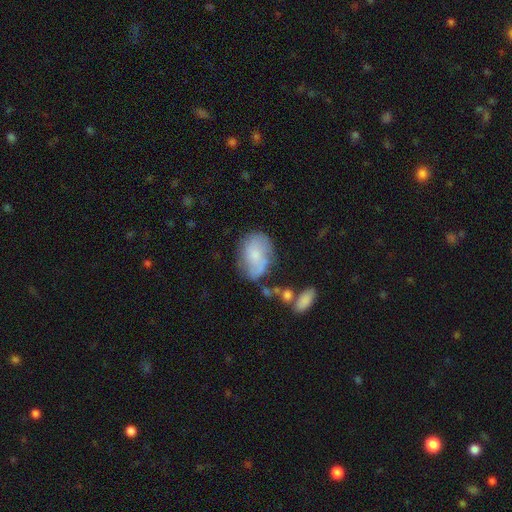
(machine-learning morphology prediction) Q: Smooth or featured?
A: smooth (55%); runner-up: featured or disk (37%)
Q: How rounded?
A: in between (79%); runner-up: round (19%)
Q: Merging?
A: none (49%); runner-up: minor disturbance (29%)